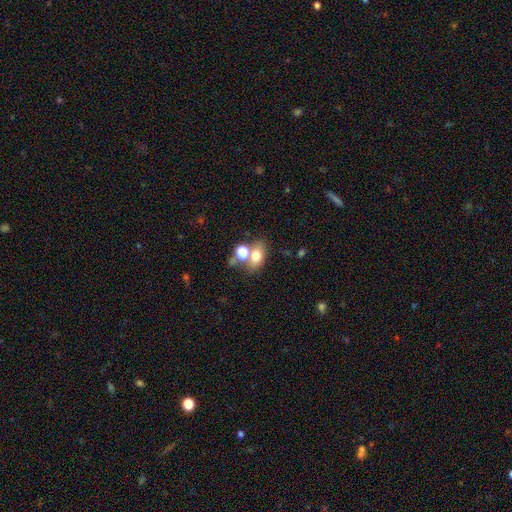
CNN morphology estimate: This is likely a smooth galaxy (71%). How rounded: likely in between (72%). Merging: possibly none (53%).